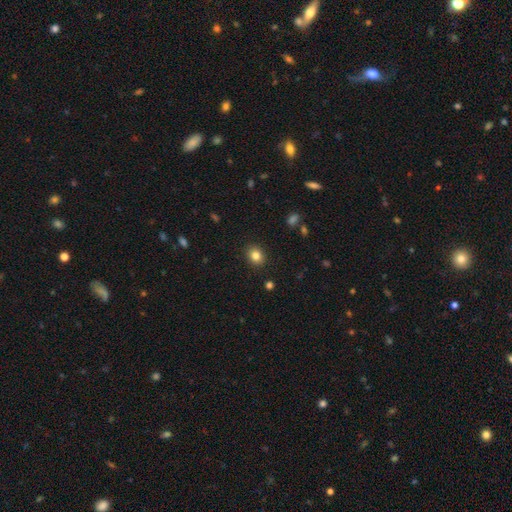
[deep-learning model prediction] smooth 83%, star or artifact 11%, featured or disk 7%. Down the decision tree: how rounded — round (62%); merging — none (90%).